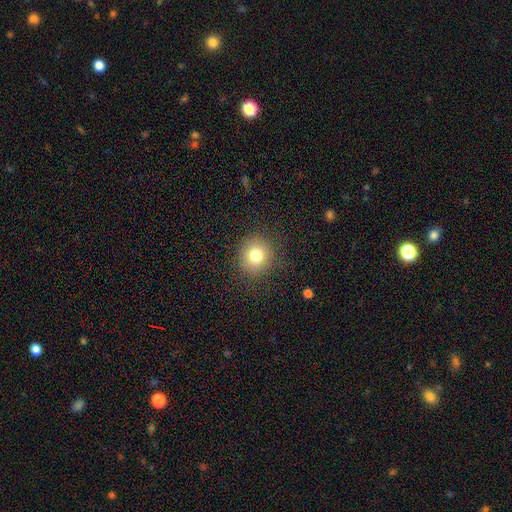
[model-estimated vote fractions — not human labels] This appears to be a smooth galaxy with no disk features (78%) that is round (88%). Merging: none (86%).